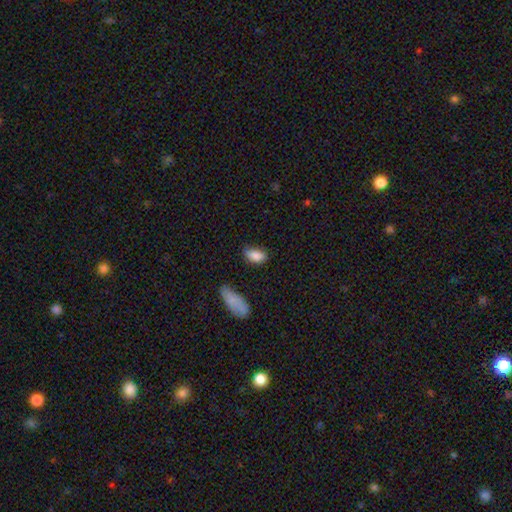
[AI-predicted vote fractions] Smooth or featured?
  - smooth: 87% *
  - star or artifact: 8%
  - featured or disk: 6%
How rounded?
  - in between: 91% *
  - cigar-shaped: 5%
  - round: 5%
Merging?
  - none: 68% *
  - minor disturbance: 25%
  - major disturbance: 5%
  - merger: 3%